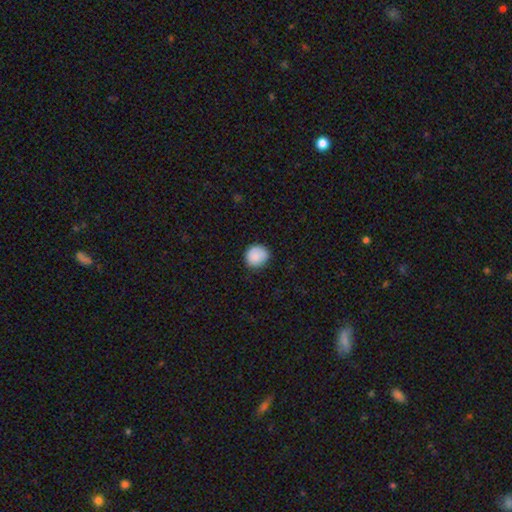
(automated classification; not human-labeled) The model was most divided on "merging": none: 82%, minor disturbance: 14%, major disturbance: 3%, merger: 1%. More confident: smooth or featured — smooth (87%); how rounded — round (84%).